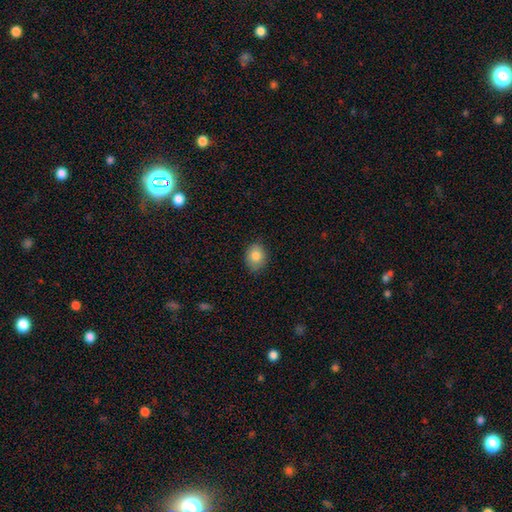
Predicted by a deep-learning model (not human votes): smooth 82%, featured or disk 9%, star or artifact 9%. Down the decision tree: how rounded — in between (52%); merging — none (84%).